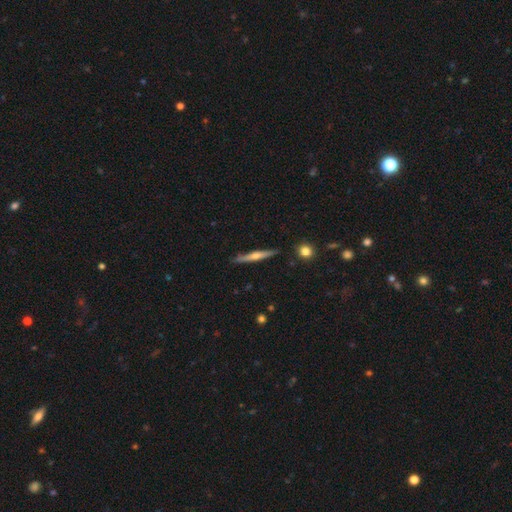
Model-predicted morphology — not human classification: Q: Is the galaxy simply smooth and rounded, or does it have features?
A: featured or disk — 61%.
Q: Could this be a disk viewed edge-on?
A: yes — 97%.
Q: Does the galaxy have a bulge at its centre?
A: rounded — 76%.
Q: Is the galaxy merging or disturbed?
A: none — 88%.